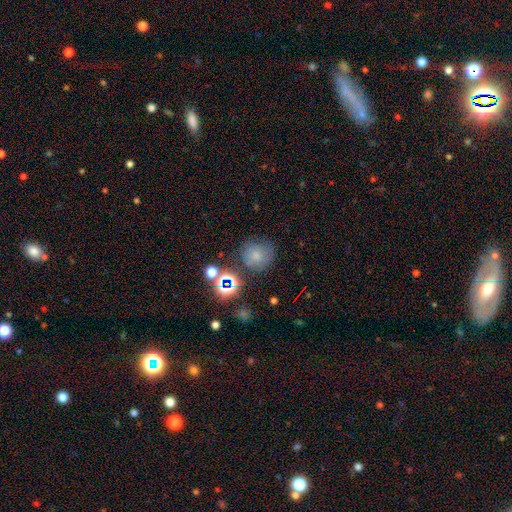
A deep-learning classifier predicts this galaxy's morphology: smooth_or_featured: smooth (p=0.65) [alt: star or artifact p=0.21]
how_rounded: round (p=0.87) [alt: in between p=0.12]
merging: none (p=0.66) [alt: minor disturbance p=0.17]